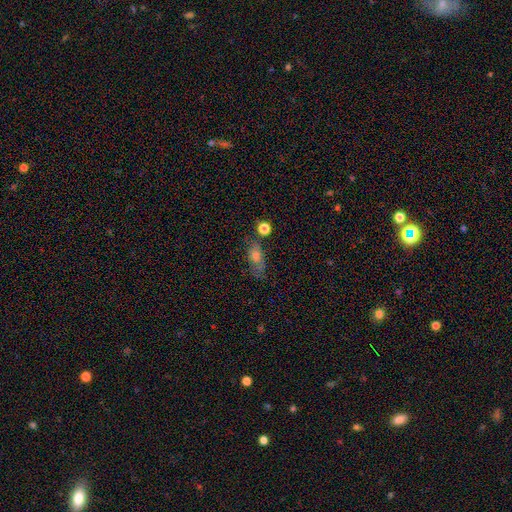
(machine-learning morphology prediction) A smooth galaxy with no disk features (55%) that is in between round and cigar-shaped (70%). Merging: none (58%).